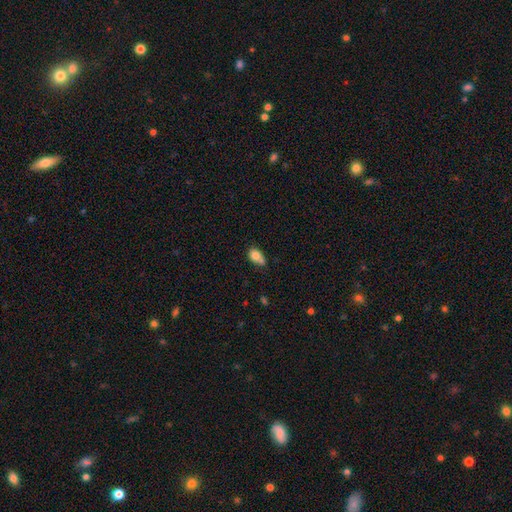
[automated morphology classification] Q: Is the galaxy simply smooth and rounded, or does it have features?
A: smooth — 78%.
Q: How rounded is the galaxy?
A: in between — 70%.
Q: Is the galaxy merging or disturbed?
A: none — 39%.